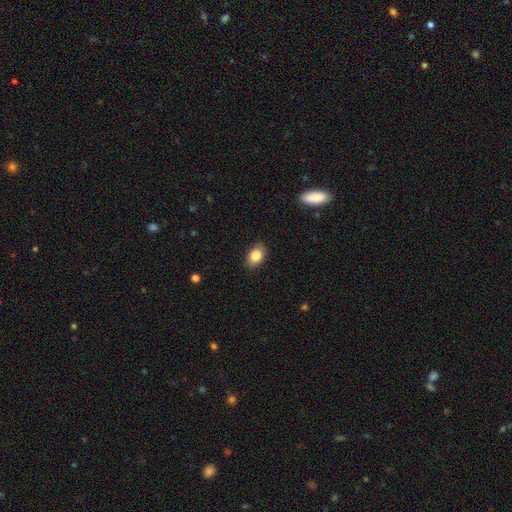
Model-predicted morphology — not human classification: This appears to be a smooth galaxy with no disk features (84%) that is in between round and cigar-shaped (80%). Merging: none (87%).